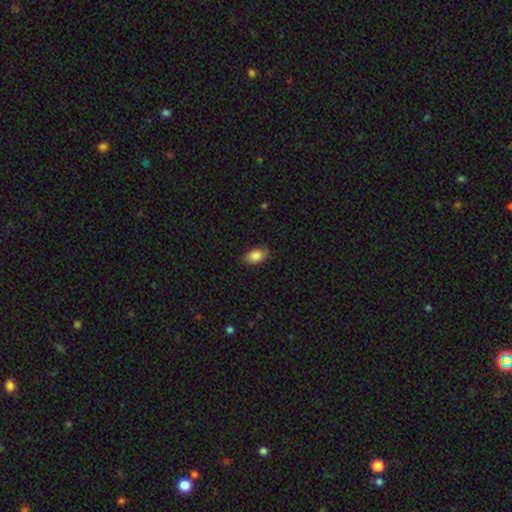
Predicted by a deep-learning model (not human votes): Smooth or featured?
  - smooth: 88% *
  - star or artifact: 7%
  - featured or disk: 5%
How rounded?
  - in between: 90% *
  - round: 8%
  - cigar-shaped: 2%
Merging?
  - none: 82% *
  - minor disturbance: 14%
  - major disturbance: 3%
  - merger: 1%